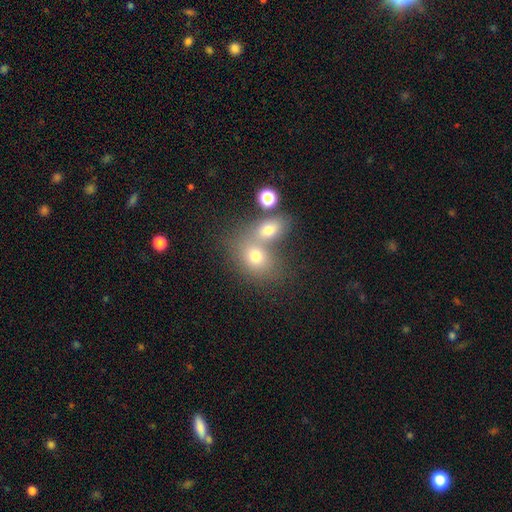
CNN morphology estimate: Overall: smooth (70%). How rounded: round (52%; in between 47%). Merging: merger (51%; none 35%).